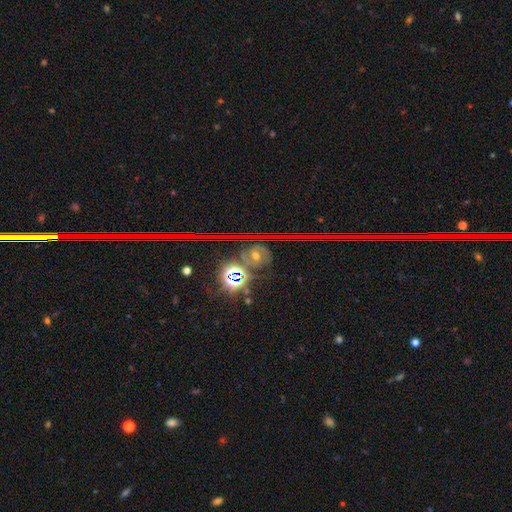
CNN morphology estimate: Smooth or featured? star or artifact (80%)